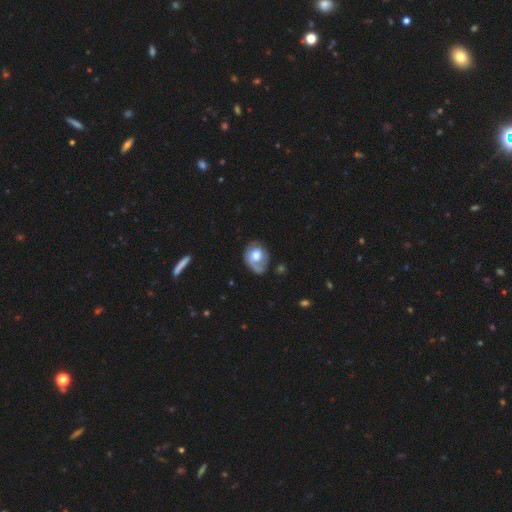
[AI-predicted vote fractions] smooth 53%, featured or disk 40%, star or artifact 7%. Down the decision tree: how rounded — in between (50%); merging — none (43%).